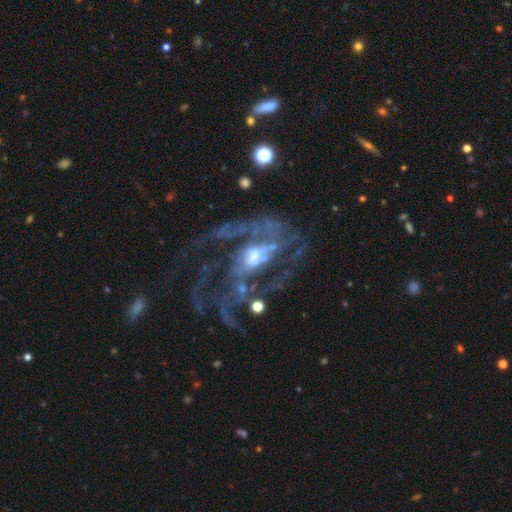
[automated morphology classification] Smooth or featured? featured or disk (86%)
Edge-on disk? no (96%)
Bar? no (45%)
Spiral arms? yes (88%)
Spiral winding? medium (46%)
Spiral arm count? 2 (29%)
Bulge size? moderate (51%)
Merging? none (39%, tied with major disturbance)